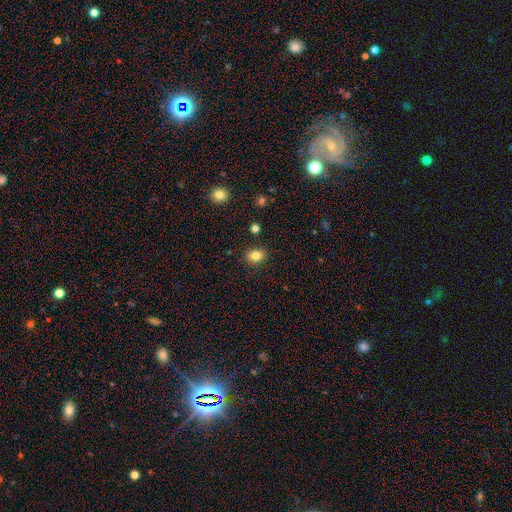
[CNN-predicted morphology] smooth-or-featured: smooth: 82% | star or artifact: 11% | featured or disk: 7%
  how-rounded: in between: 55% | round: 44% | cigar-shaped: 1%
  merging: none: 86% | minor disturbance: 9% | major disturbance: 2% | merger: 2%